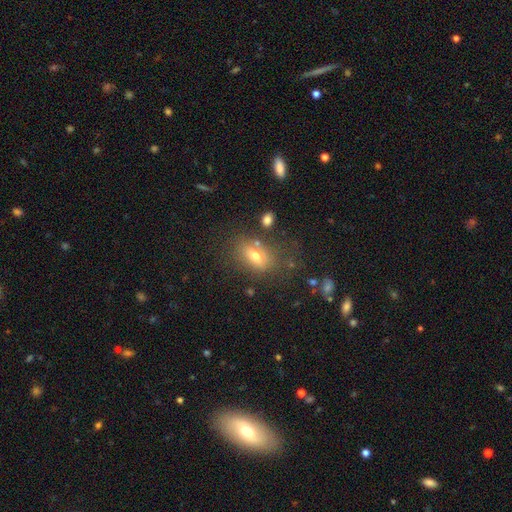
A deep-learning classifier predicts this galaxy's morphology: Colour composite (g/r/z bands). It shows a smooth galaxy with no disk features (64%) that is in between round and cigar-shaped (80%). Merging: none (65%).